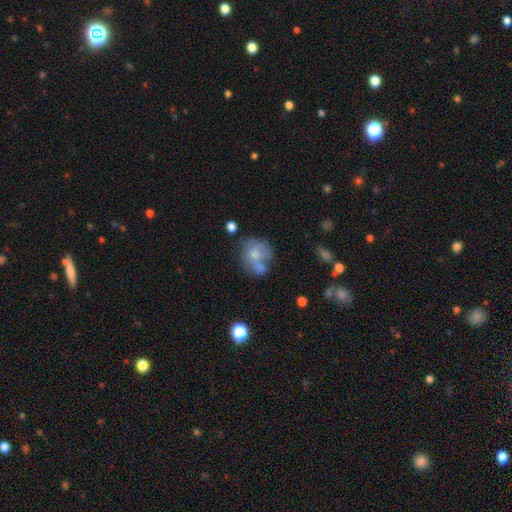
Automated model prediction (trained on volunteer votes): Overall: smooth (53%; featured or disk 36%). How rounded: round (65%; in between 33%). Merging: none (37%; merger 31%).